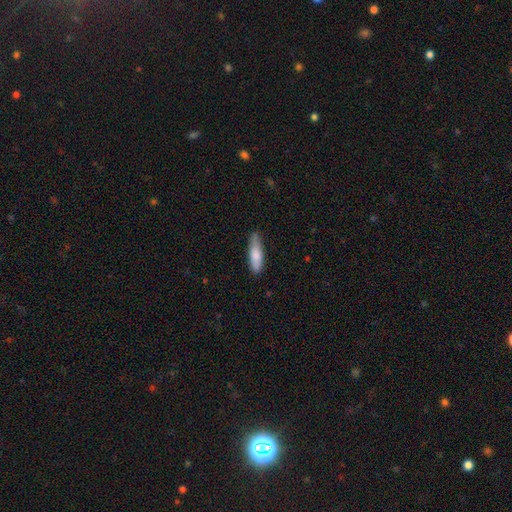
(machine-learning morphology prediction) Smooth or featured: smooth — 79% (featured or disk — 15%)
How rounded: cigar-shaped — 66% (in between — 33%)
Merging: none — 77% (minor disturbance — 19%)